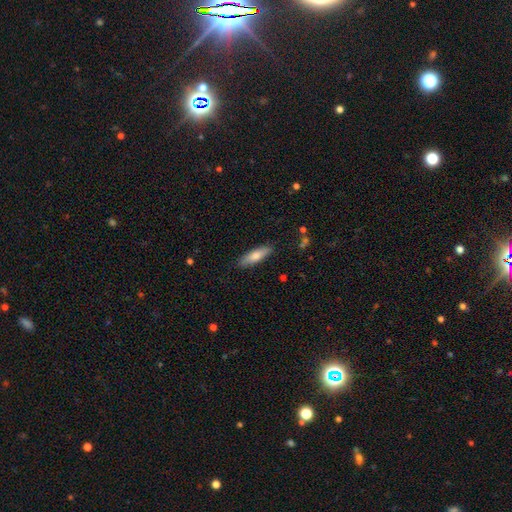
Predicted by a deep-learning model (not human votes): The model was most divided on "how rounded": cigar-shaped: 62%, in between: 37%, round: 2%. More confident: merging — none (86%); smooth or featured — smooth (73%).